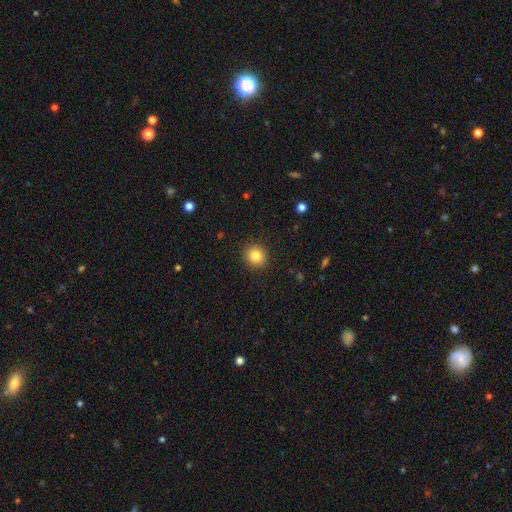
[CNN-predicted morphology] Smooth or featured? smooth (83%)
How rounded? round (90%)
Merging? none (91%)